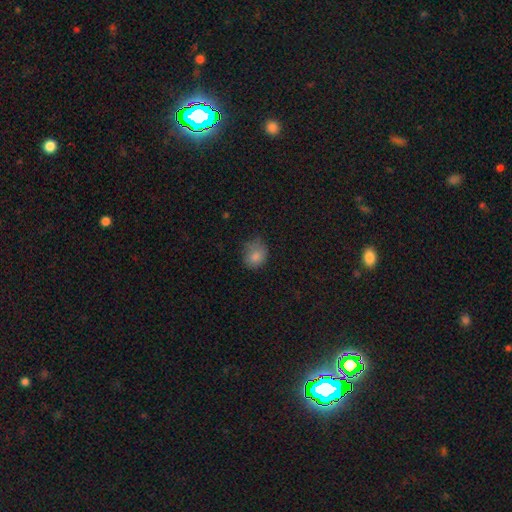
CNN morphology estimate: The model was most divided on "how rounded": round: 60%, in between: 40%, cigar-shaped: 1%. More confident: smooth or featured — smooth (81%); merging — none (57%).